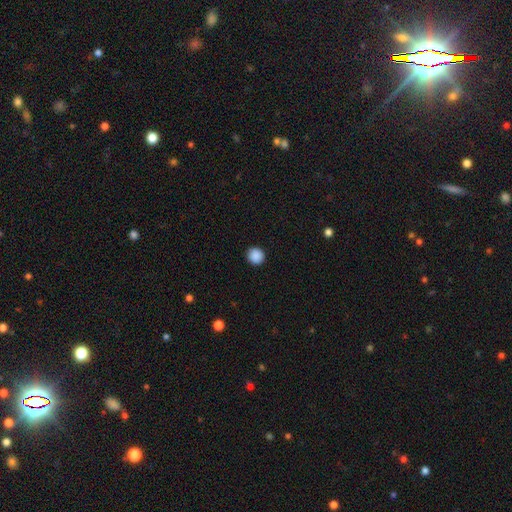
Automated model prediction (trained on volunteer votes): A smooth galaxy with no disk features (89%) that is round (92%). Merging: none (92%).